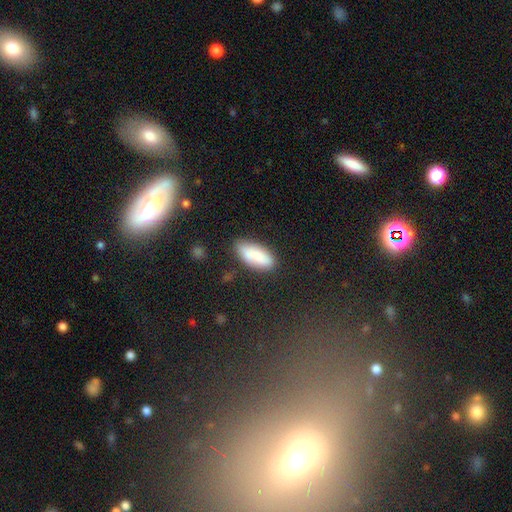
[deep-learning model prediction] Morphology: type=smooth (84%); roundness=in between (79%); merging=none (76%).